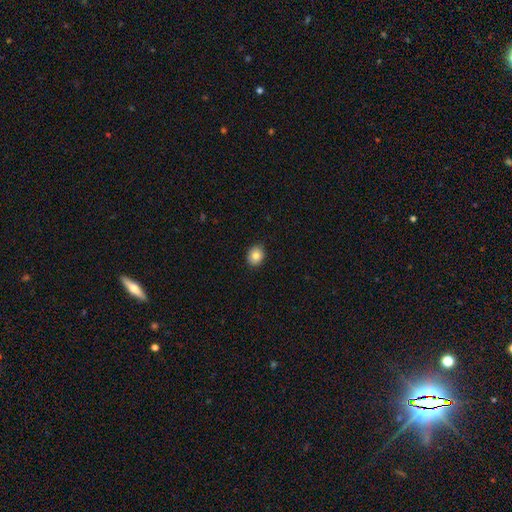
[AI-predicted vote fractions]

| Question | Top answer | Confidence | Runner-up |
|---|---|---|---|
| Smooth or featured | smooth | 84% | star or artifact (9%) |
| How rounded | round | 64% | in between (35%) |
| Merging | none | 90% | minor disturbance (8%) |